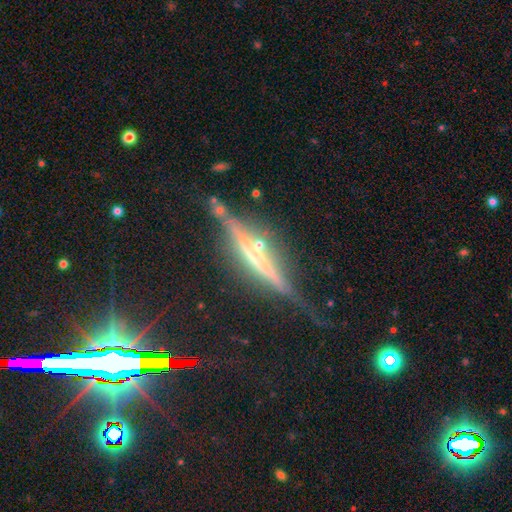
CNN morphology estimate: Smooth or featured? featured or disk (77%)
Edge-on disk? yes (95%)
Edge-on bulge? none (45%)
Merging? none (72%)